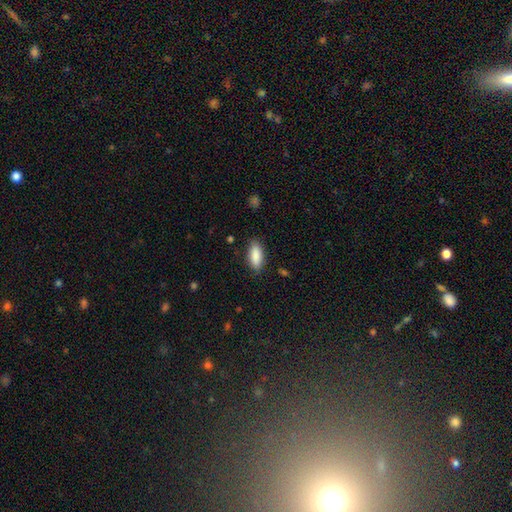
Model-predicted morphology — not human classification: A smooth galaxy with no disk features (88%) that is in between round and cigar-shaped (84%).

Vote fractions:
- Smooth or featured? smooth: 88% / star or artifact: 6% / featured or disk: 5%
- How rounded? in between: 84% / cigar-shaped: 14% / round: 2%
- Merging? none: 85% / minor disturbance: 12% / major disturbance: 3% / merger: 1%